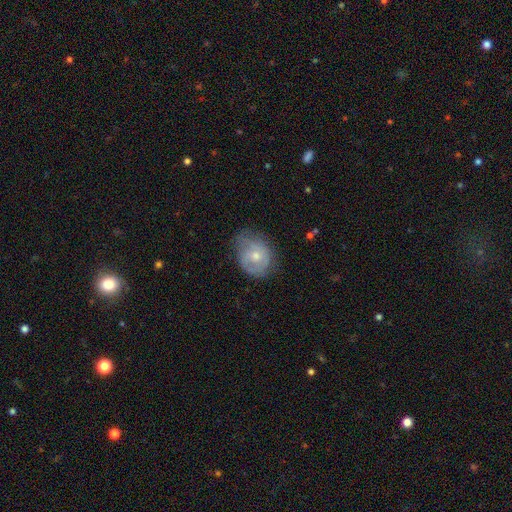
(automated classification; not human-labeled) featured or disk 48%, smooth 45%, star or artifact 7%. Down the decision tree: merging — none (47%).